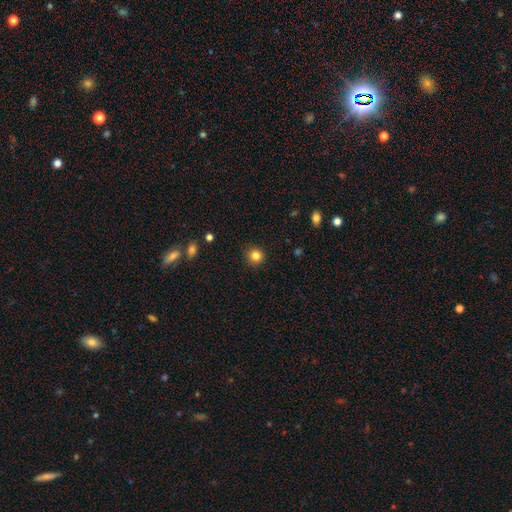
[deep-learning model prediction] Morphology: type=smooth (83%); roundness=round (93%); merging=none (90%).